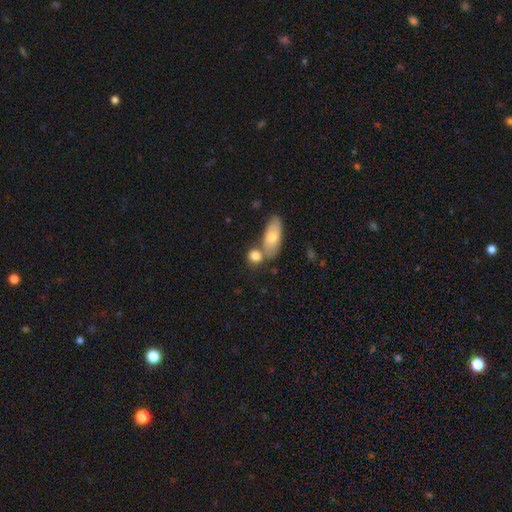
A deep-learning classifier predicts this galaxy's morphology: Q: Smooth or featured?
A: smooth (82%); runner-up: featured or disk (10%)
Q: How rounded?
A: round (51%); runner-up: in between (44%)
Q: Merging?
A: none (50%); runner-up: merger (33%)